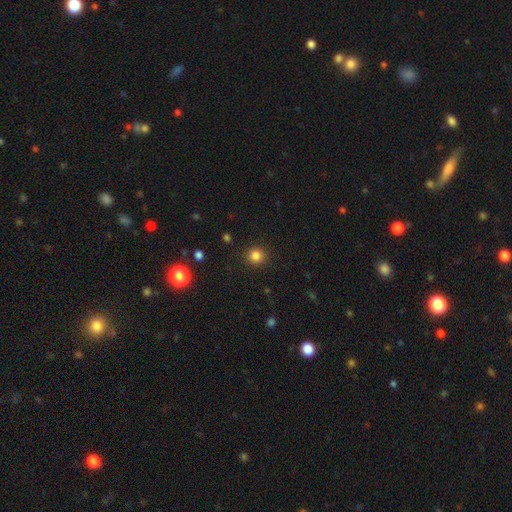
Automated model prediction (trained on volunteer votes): Overall: smooth (83%). How rounded: round (93%). Merging: none (91%).